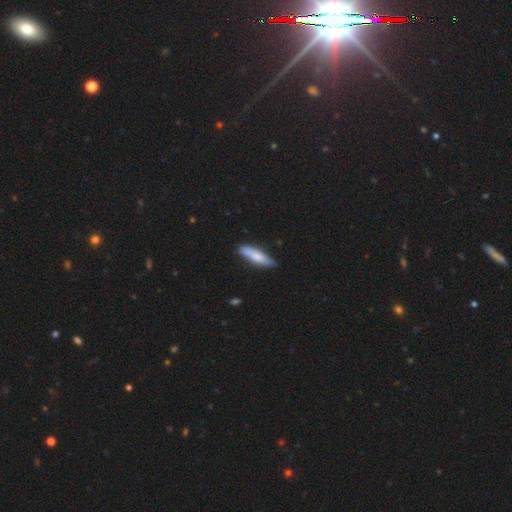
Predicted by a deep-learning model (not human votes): A smooth galaxy with no disk features (74%) that is cigar-shaped (71%).

Vote fractions:
- Smooth or featured? smooth: 74% / featured or disk: 20% / star or artifact: 5%
- How rounded? cigar-shaped: 71% / in between: 28% / round: 2%
- Merging? none: 79% / minor disturbance: 17% / major disturbance: 2% / merger: 2%